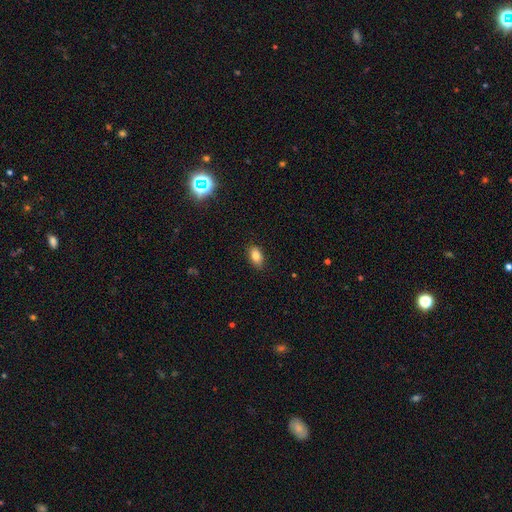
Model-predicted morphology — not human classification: Smooth or featured: smooth — 84% (star or artifact — 9%)
How rounded: in between — 88% (round — 10%)
Merging: none — 85% (minor disturbance — 12%)